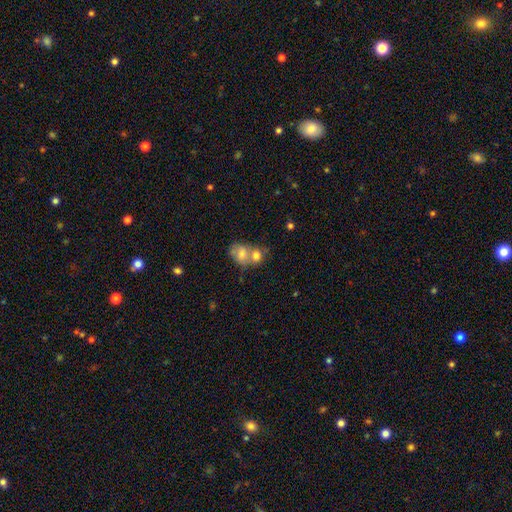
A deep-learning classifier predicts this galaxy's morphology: Smooth or featured? smooth (72%)
How rounded? in between (53%)
Merging? merger (67%)